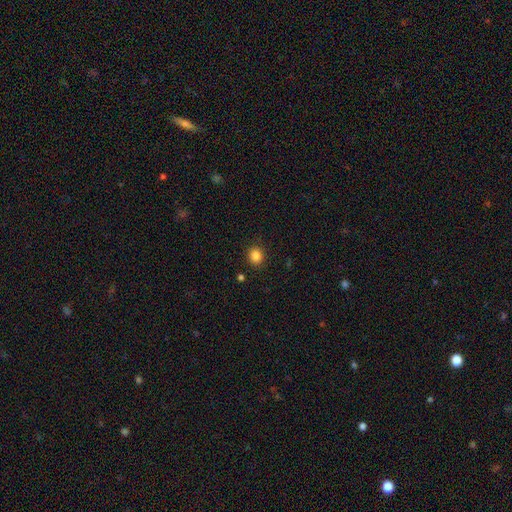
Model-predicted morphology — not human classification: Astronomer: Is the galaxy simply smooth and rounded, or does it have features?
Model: smooth — 85%.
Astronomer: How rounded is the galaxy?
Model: round — 84%.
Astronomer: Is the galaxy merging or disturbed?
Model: none — 90%.